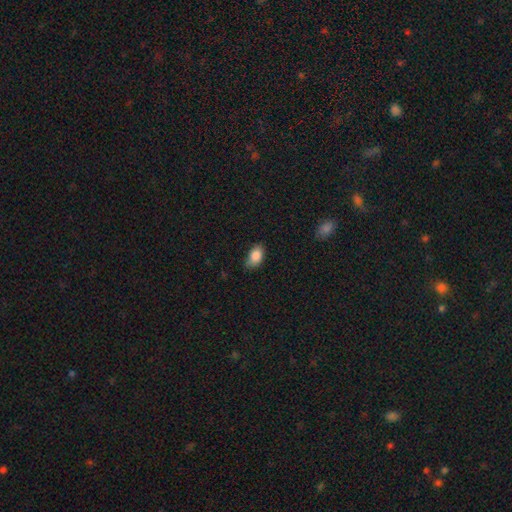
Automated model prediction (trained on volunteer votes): Smooth or featured? Predicted: smooth (p=0.87). How rounded? Predicted: in between (p=0.89). Merging? Predicted: none (p=0.72).